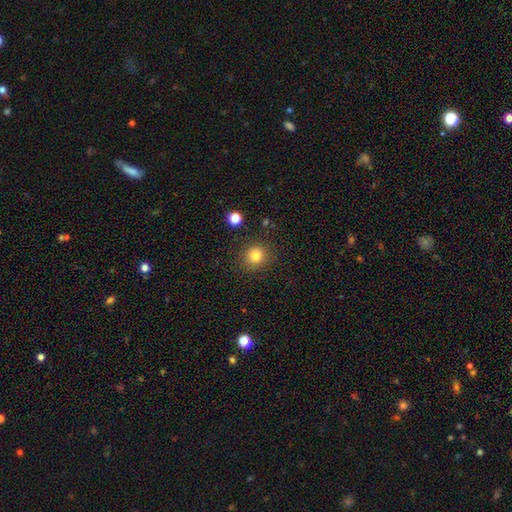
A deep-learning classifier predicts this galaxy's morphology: A smooth galaxy with no disk features (82%) that is round (90%).

Vote fractions:
- Smooth or featured? smooth: 82% / star or artifact: 12% / featured or disk: 6%
- How rounded? round: 90% / in between: 9% / cigar-shaped: 1%
- Merging? none: 89% / minor disturbance: 7% / major disturbance: 2% / merger: 2%